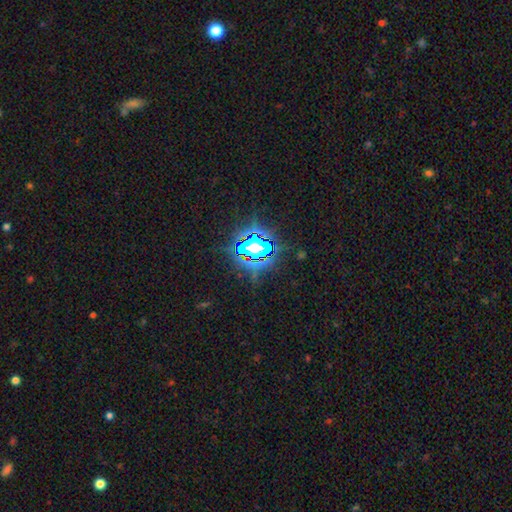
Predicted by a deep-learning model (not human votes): Morphology: type=star or artifact (80%).